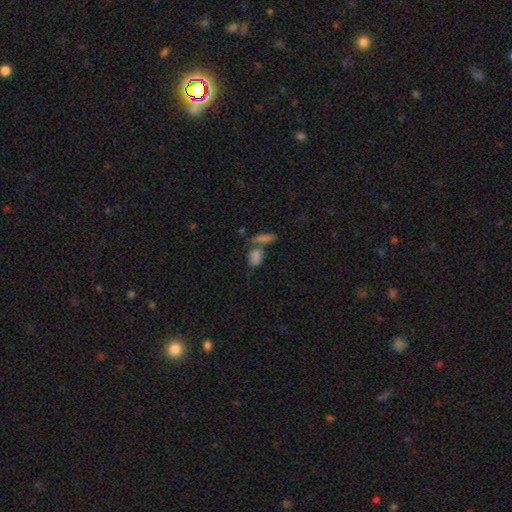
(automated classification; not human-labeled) A smooth galaxy with no disk features (78%) that is in between round and cigar-shaped (69%).

Vote fractions:
- Smooth or featured? smooth: 78% / star or artifact: 13% / featured or disk: 9%
- How rounded? in between: 69% / round: 20% / cigar-shaped: 11%
- Merging? none: 48% / merger: 37% / minor disturbance: 11% / major disturbance: 5%